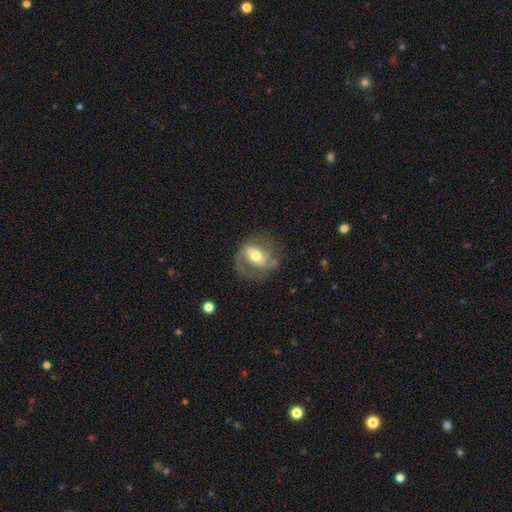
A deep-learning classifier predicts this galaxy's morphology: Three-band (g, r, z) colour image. It shows a featured or disk galaxy (68%) with a weak bar (39%), 2 (70%) medium (47%) spiral arms (79%) and a moderate central bulge (64%). Merging: none (63%).